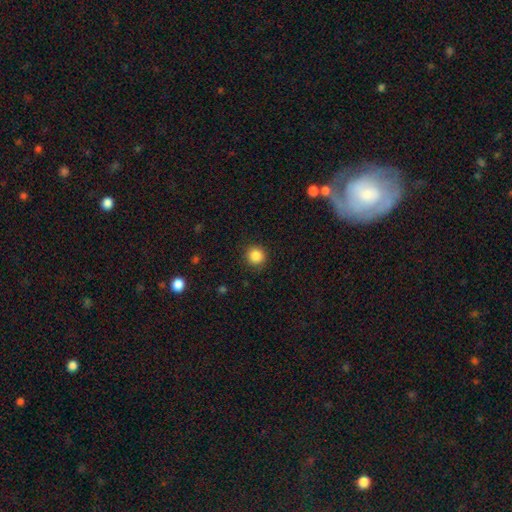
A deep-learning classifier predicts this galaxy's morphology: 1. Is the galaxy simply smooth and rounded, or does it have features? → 86% smooth, 10% star or artifact, 4% featured or disk.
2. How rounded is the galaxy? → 93% round, 6% in between, 1% cigar-shaped.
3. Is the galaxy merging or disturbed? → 90% none, 7% minor disturbance, 2% major disturbance, 1% merger.